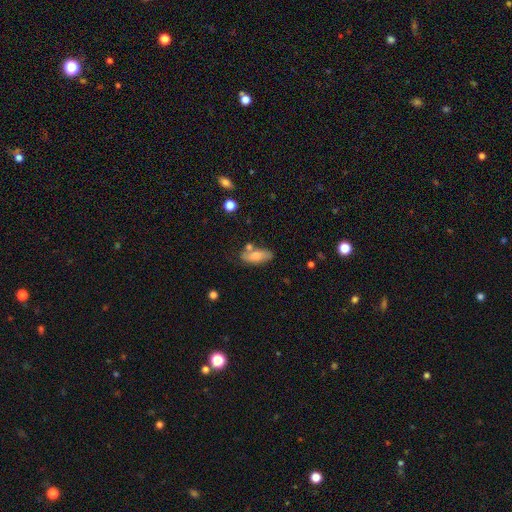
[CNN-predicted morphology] This is likely a smooth galaxy (70%). How rounded: likely in between (75%). Merging: likely none (65%).